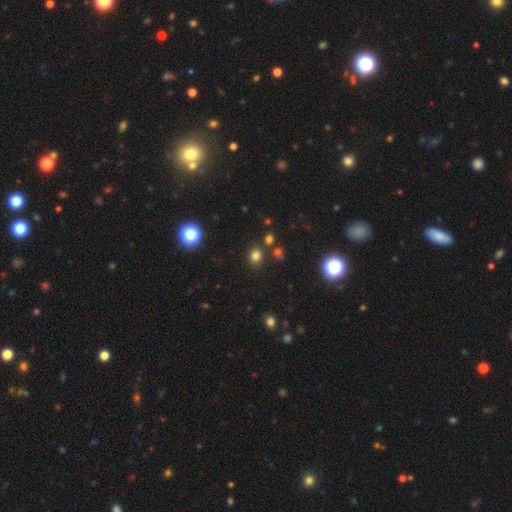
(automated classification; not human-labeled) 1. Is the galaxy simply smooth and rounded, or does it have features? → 74% smooth, 20% star or artifact, 6% featured or disk.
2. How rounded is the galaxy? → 73% round, 26% in between, 1% cigar-shaped.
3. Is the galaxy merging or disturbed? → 81% none, 9% minor disturbance, 7% merger, 3% major disturbance.